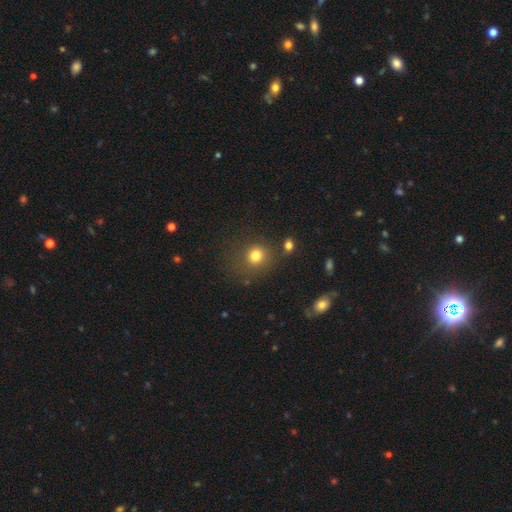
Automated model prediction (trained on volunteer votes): Smooth or featured? Predicted: smooth (p=0.79). How rounded? Predicted: round (p=0.85). Merging? Predicted: none (p=0.73).